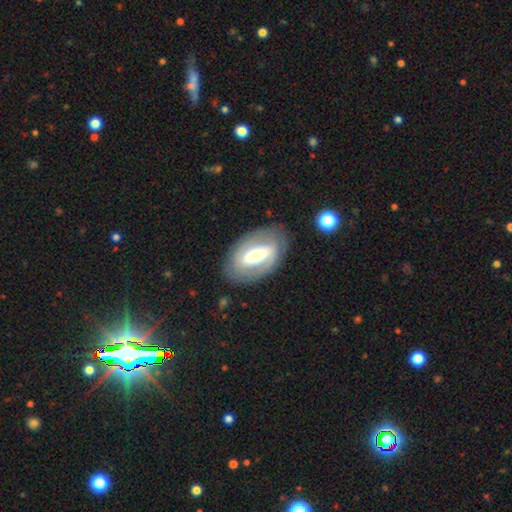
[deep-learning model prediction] Smooth or featured? featured or disk (65%)
Edge-on disk? no (92%)
Bar? strong (51%)
Spiral arms? yes (59%)
Bulge size? moderate (53%)
Merging? none (79%)